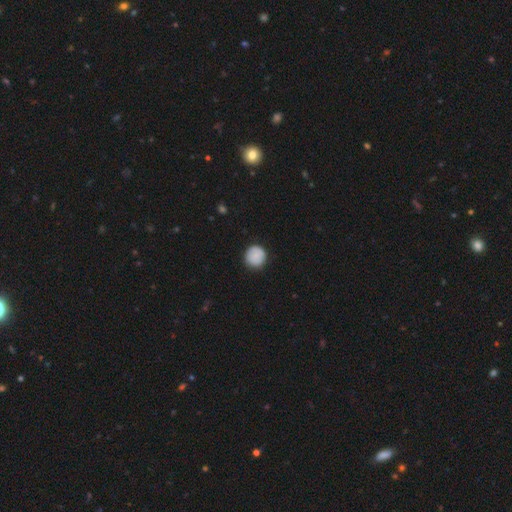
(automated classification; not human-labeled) Smooth or featured? Predicted: smooth (p=0.85). How rounded? Predicted: round (p=0.94). Merging? Predicted: none (p=0.87).